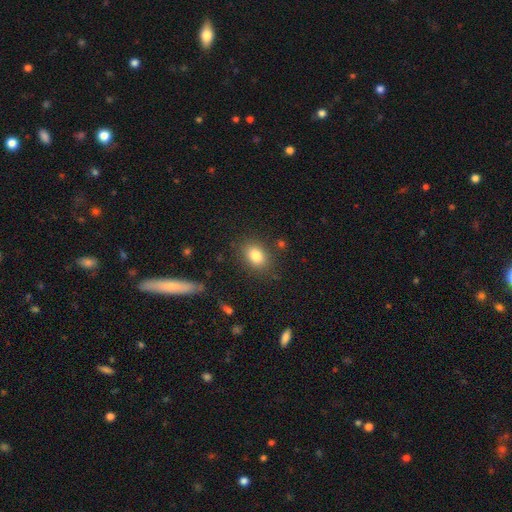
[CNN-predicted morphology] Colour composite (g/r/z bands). It shows a smooth galaxy with no disk features (83%) that is in between round and cigar-shaped (75%). Merging: none (83%).